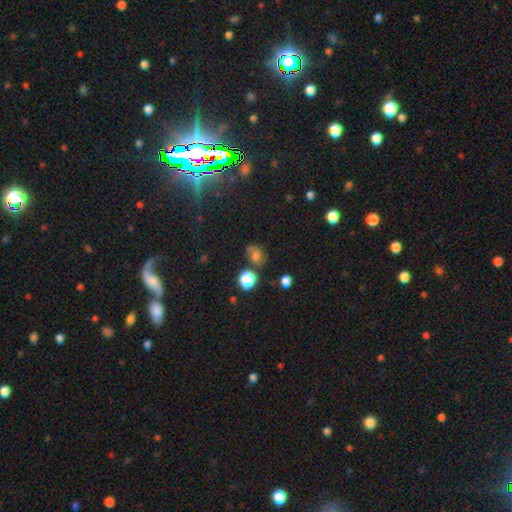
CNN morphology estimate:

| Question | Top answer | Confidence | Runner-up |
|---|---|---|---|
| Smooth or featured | smooth | 56% | star or artifact (25%) |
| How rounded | round | 58% | in between (41%) |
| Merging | none | 59% | minor disturbance (21%) |